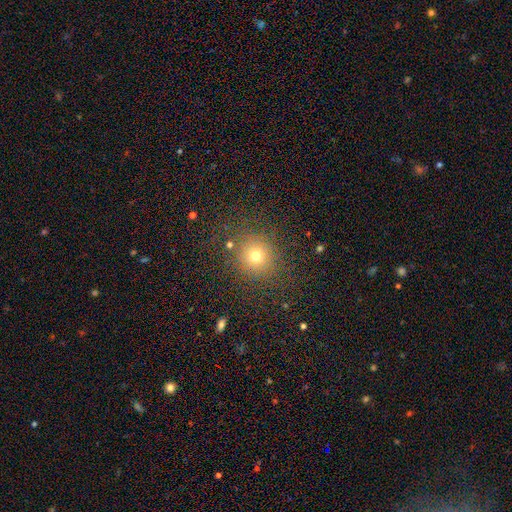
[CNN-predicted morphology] type=smooth (71%); roundness=round (89%); merging=none (83%).